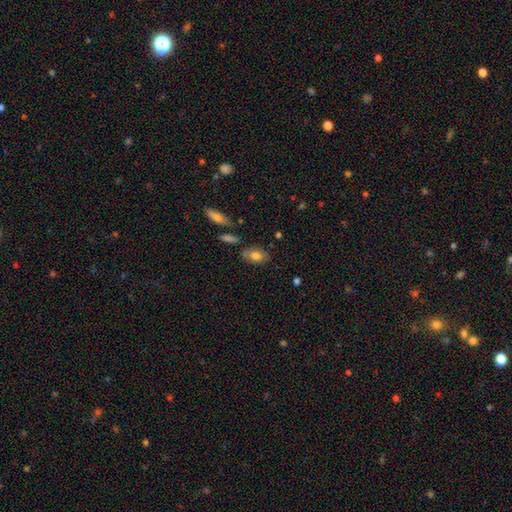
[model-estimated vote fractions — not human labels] Smooth or featured? Predicted: smooth (p=0.77). How rounded? Predicted: in between (p=0.88). Merging? Predicted: none (p=0.71).